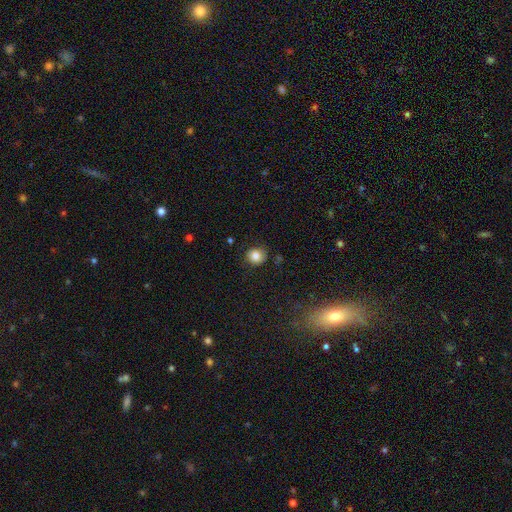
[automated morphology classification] Smooth or featured?
  - smooth: 81% *
  - star or artifact: 10%
  - featured or disk: 9%
How rounded?
  - round: 81% *
  - in between: 19%
  - cigar-shaped: 1%
Merging?
  - none: 79% *
  - minor disturbance: 15%
  - major disturbance: 4%
  - merger: 2%